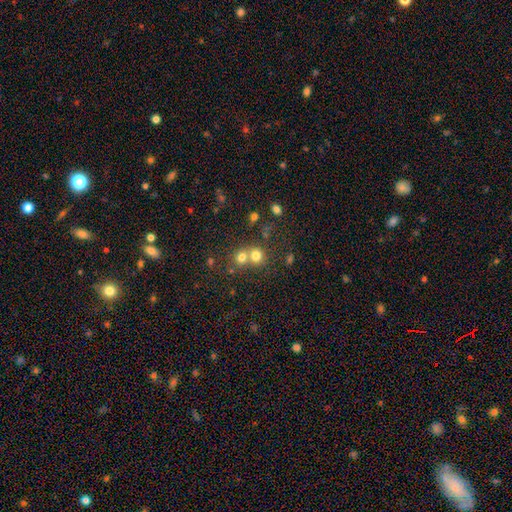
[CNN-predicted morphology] smooth 73%, star or artifact 15%, featured or disk 11%. Down the decision tree: how rounded — round (81%); merging — merger (52%).